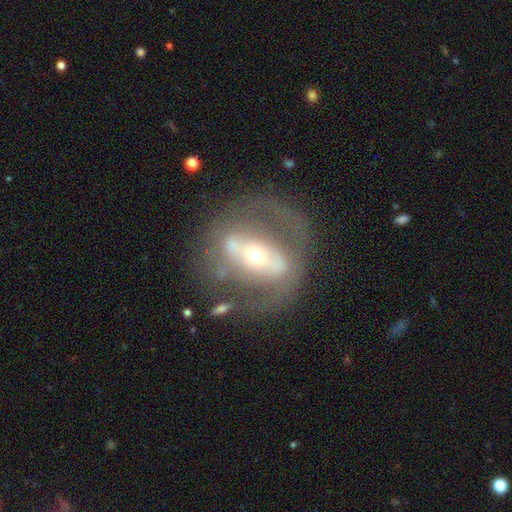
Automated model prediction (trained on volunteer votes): Overall: featured or disk (72%). Edge-on disk: no (89%). Bar: strong (48%; no 31%). Spiral arms: no (63%; yes 37%). Bulge size: small (55%; moderate 38%). Merging: none (64%).